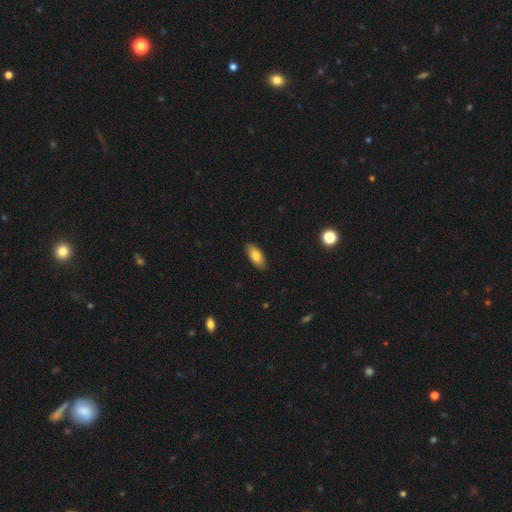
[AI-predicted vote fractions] Morphology: type=smooth (80%); roundness=in between (88%); merging=none (88%).